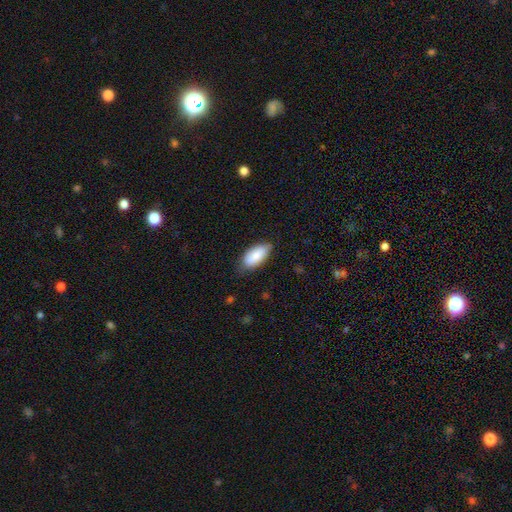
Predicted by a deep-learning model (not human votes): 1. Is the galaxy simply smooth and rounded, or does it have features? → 85% smooth, 9% featured or disk, 6% star or artifact.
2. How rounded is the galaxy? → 92% in between, 6% cigar-shaped, 2% round.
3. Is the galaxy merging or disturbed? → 73% none, 23% minor disturbance, 4% major disturbance, 1% merger.